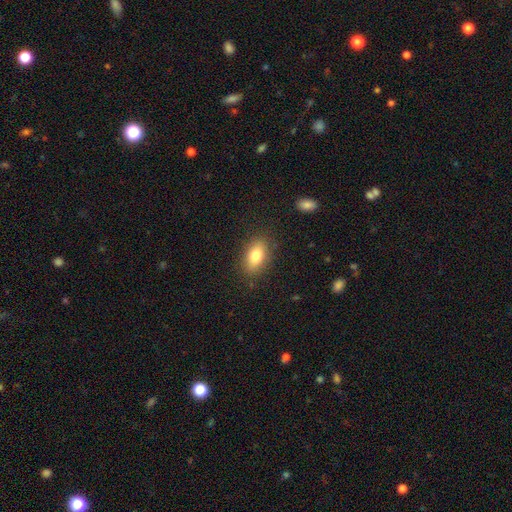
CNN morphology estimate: This is clearly a smooth galaxy (81%). How rounded: clearly in between (88%). Merging: clearly none (86%).